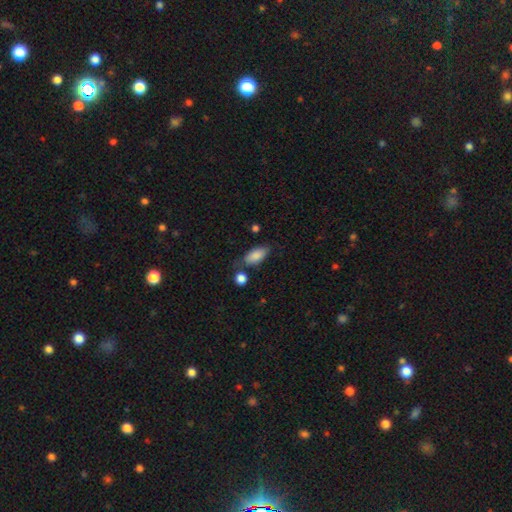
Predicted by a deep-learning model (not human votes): This is clearly a smooth galaxy (85%). How rounded: clearly in between (89%). Merging: likely none (64%).